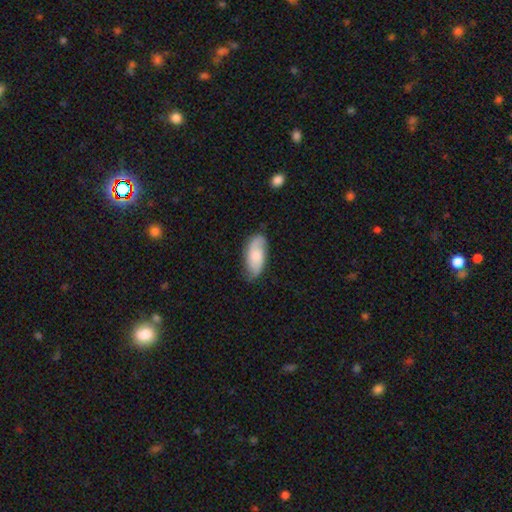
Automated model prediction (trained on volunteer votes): Q: Smooth or featured?
A: featured or disk (48%); runner-up: smooth (46%)
Q: Merging?
A: none (75%); runner-up: minor disturbance (19%)